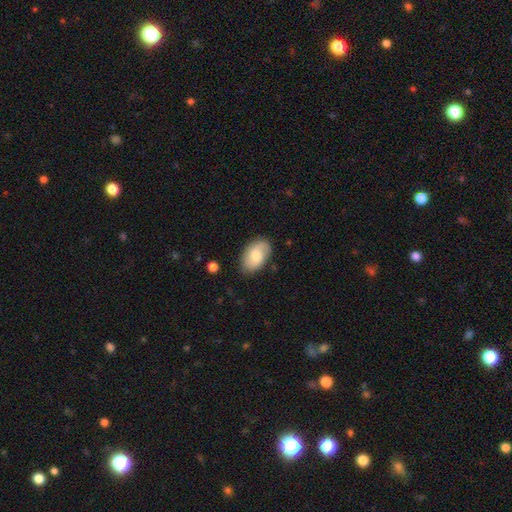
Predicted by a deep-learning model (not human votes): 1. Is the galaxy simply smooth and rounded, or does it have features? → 59% smooth, 35% featured or disk, 6% star or artifact.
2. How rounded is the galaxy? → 91% in between, 8% round, 1% cigar-shaped.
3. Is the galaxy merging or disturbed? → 80% none, 15% minor disturbance, 4% major disturbance, 1% merger.